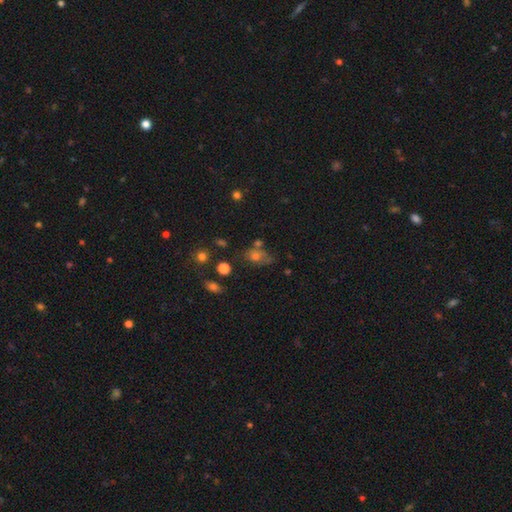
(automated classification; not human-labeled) Smooth or featured?
  - smooth: 62% *
  - star or artifact: 20%
  - featured or disk: 17%
How rounded?
  - in between: 62% *
  - round: 35%
  - cigar-shaped: 3%
Merging?
  - none: 48% *
  - minor disturbance: 24%
  - merger: 16%
  - major disturbance: 12%